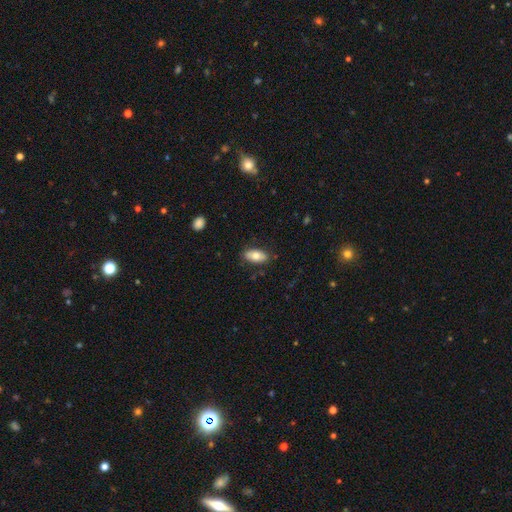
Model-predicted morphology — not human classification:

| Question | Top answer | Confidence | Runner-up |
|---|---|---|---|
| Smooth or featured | smooth | 73% | featured or disk (20%) |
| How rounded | in between | 91% | cigar-shaped (5%) |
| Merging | none | 84% | minor disturbance (12%) |